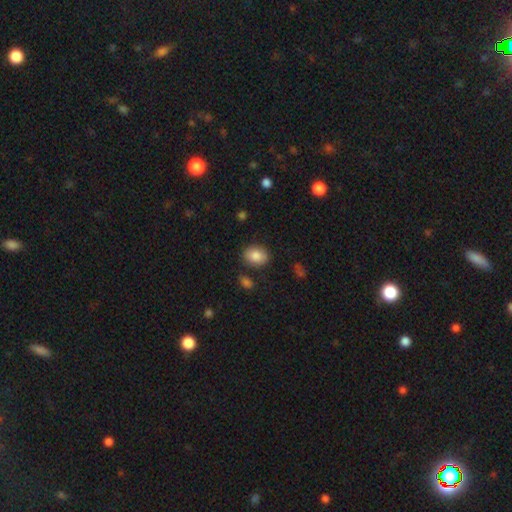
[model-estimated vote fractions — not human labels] smooth 85%, star or artifact 8%, featured or disk 7%. Down the decision tree: how rounded — in between (69%); merging — none (82%).